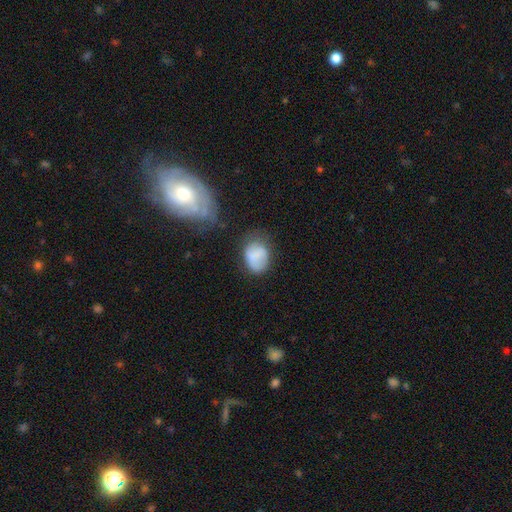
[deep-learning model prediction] Q: Smooth or featured?
A: smooth (76%); runner-up: featured or disk (15%)
Q: How rounded?
A: in between (63%); runner-up: round (35%)
Q: Merging?
A: none (52%); runner-up: minor disturbance (29%)